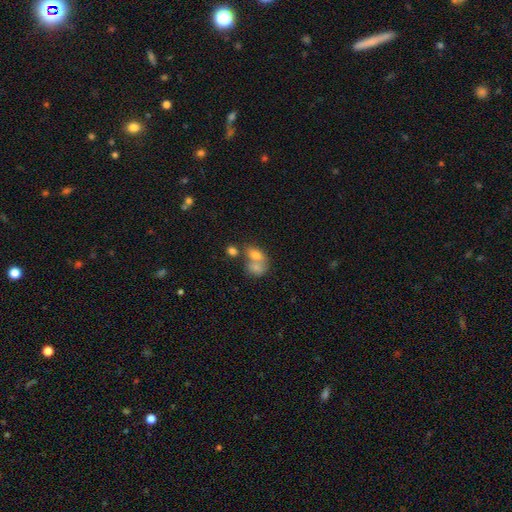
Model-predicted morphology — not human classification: type=smooth (71%); roundness=in between (70%); merging=merger (62%).